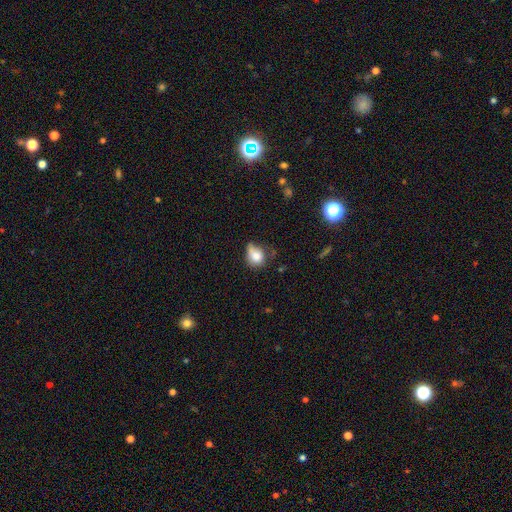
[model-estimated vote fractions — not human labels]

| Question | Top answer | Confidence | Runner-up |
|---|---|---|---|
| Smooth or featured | smooth | 78% | featured or disk (12%) |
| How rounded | round | 50% | in between (48%) |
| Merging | minor disturbance | 39% | none (34%) |